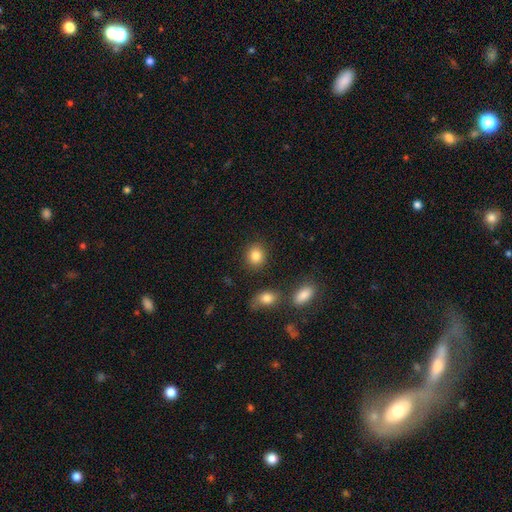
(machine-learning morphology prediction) The model was most divided on "how rounded": round: 73%, in between: 26%, cigar-shaped: 1%. More confident: smooth or featured — smooth (86%); merging — none (85%).